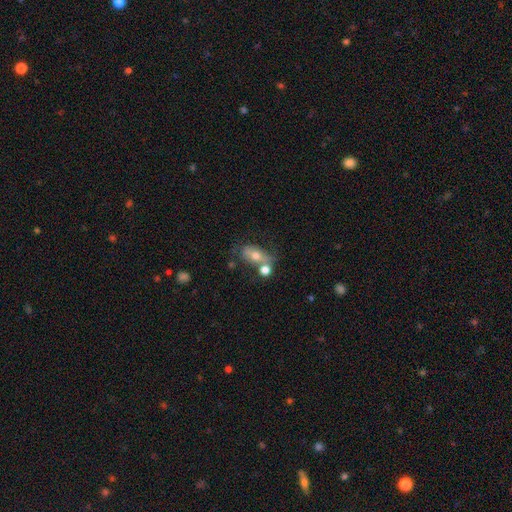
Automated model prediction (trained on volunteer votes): Smooth or featured? smooth (58%)
How rounded? in between (77%)
Merging? none (39%)